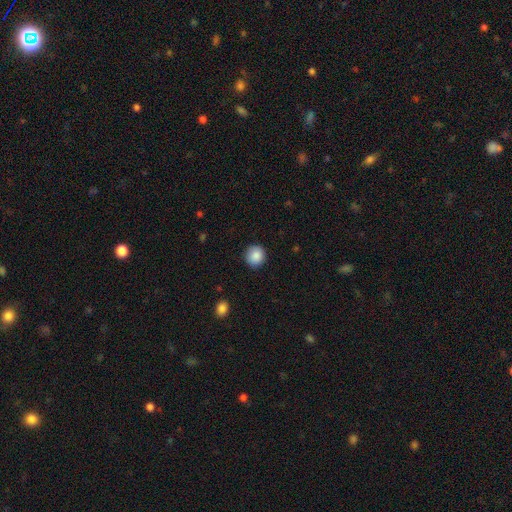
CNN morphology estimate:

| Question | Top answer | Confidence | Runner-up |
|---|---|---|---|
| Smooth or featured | smooth | 88% | star or artifact (8%) |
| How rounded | round | 91% | in between (8%) |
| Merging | none | 90% | minor disturbance (7%) |